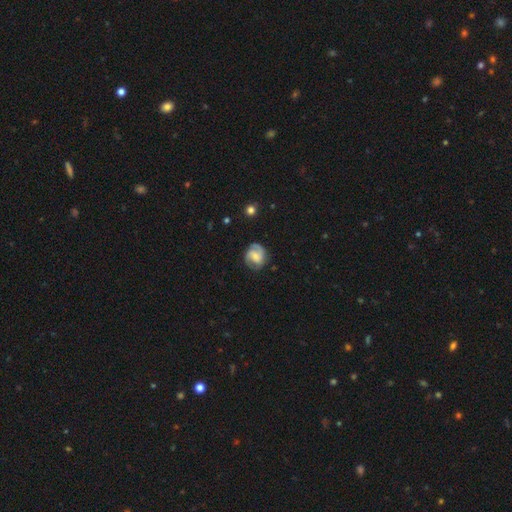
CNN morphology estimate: Smooth or featured? Predicted: featured or disk (p=0.73). Edge-on disk? Predicted: no (p=0.98). Bar? Predicted: weak (p=0.45). Spiral arms? Predicted: yes (p=0.94). Spiral winding? Predicted: medium (p=0.45). Spiral arm count? Predicted: 2 (p=0.70). Bulge size? Predicted: small (p=0.44). Merging? Predicted: none (p=0.73).